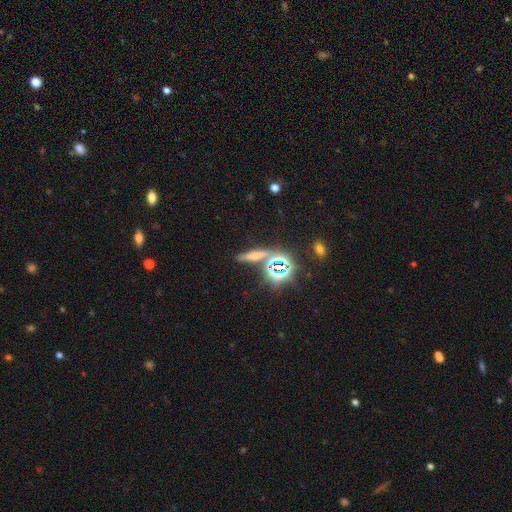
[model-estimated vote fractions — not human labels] smooth_or_featured: smooth (p=0.40) [alt: star or artifact p=0.34]
merging: none (p=0.75) [alt: minor disturbance p=0.10]